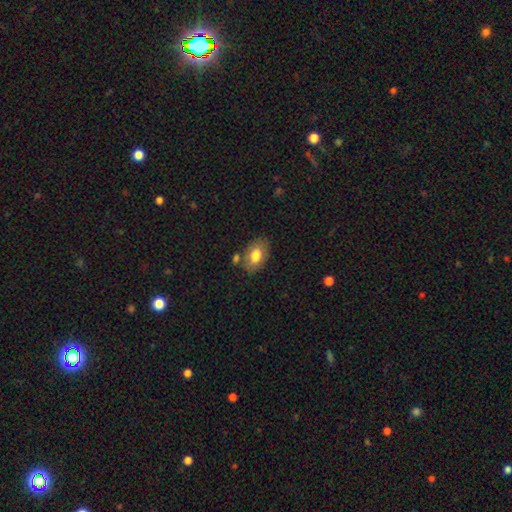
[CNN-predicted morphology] This is likely a smooth galaxy (77%). How rounded: clearly in between (86%). Merging: likely none (73%).